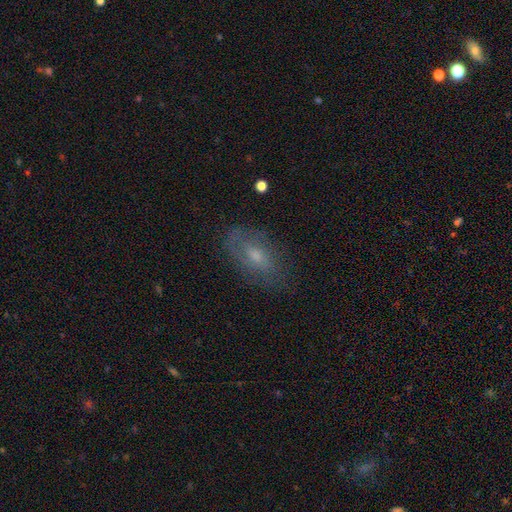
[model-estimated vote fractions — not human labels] The model was most divided on "smooth or featured": featured or disk: 46%, smooth: 44%, star or artifact: 10%. More confident: merging — none (72%).